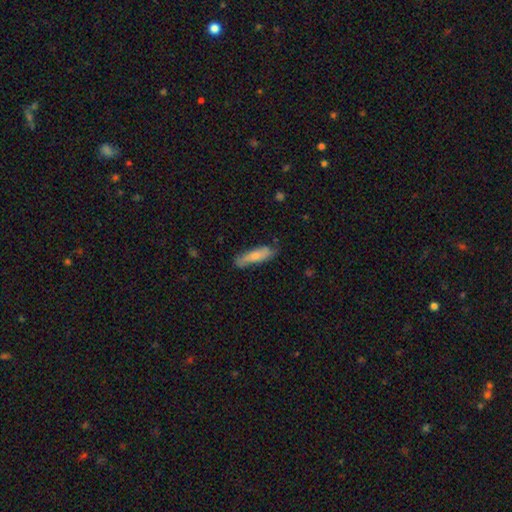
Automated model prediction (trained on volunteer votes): A smooth galaxy with no disk features (69%) that is cigar-shaped (68%).

Vote fractions:
- Smooth or featured? smooth: 69% / featured or disk: 26% / star or artifact: 6%
- How rounded? cigar-shaped: 68% / in between: 30% / round: 2%
- Merging? none: 70% / minor disturbance: 24% / major disturbance: 5% / merger: 2%